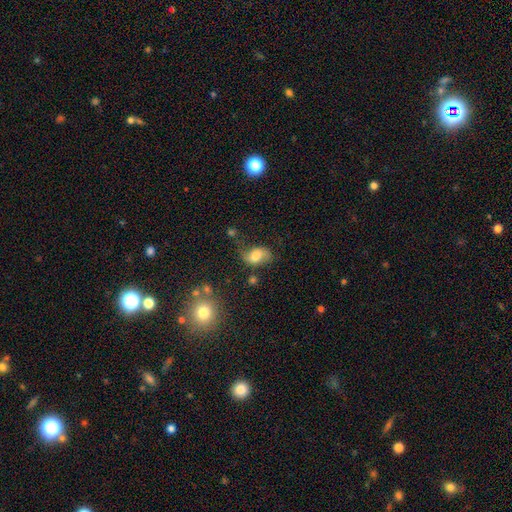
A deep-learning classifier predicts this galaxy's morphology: A smooth galaxy with no disk features (53%) that is in between round and cigar-shaped (77%).

Vote fractions:
- Smooth or featured? smooth: 53% / featured or disk: 36% / star or artifact: 10%
- How rounded? in between: 77% / round: 21% / cigar-shaped: 2%
- Merging? none: 49% / minor disturbance: 29% / major disturbance: 17% / merger: 6%